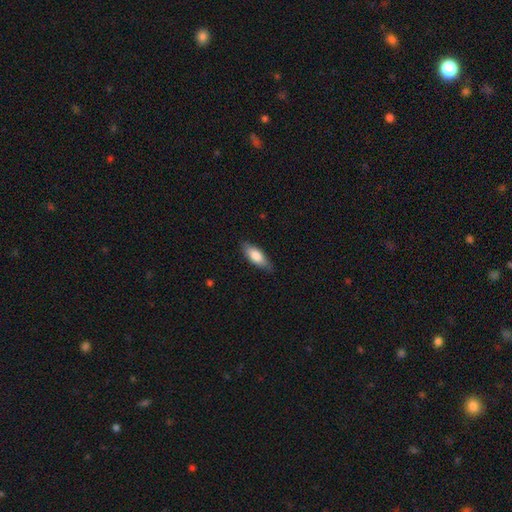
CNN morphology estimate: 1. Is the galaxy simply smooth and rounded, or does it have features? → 79% smooth, 15% featured or disk, 6% star or artifact.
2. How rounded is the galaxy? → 72% in between, 25% cigar-shaped, 2% round.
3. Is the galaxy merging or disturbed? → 82% none, 14% minor disturbance, 3% major disturbance, 1% merger.